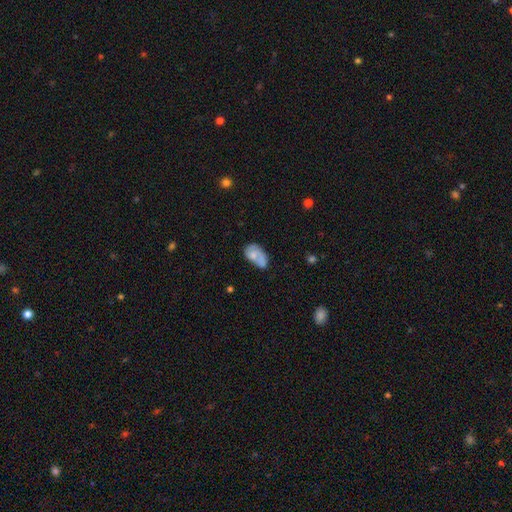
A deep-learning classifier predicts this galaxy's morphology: smooth_or_featured: smooth (p=0.63) [alt: featured or disk p=0.29]
how_rounded: in between (p=0.88) [alt: round p=0.10]
merging: none (p=0.29) [alt: minor disturbance p=0.27]